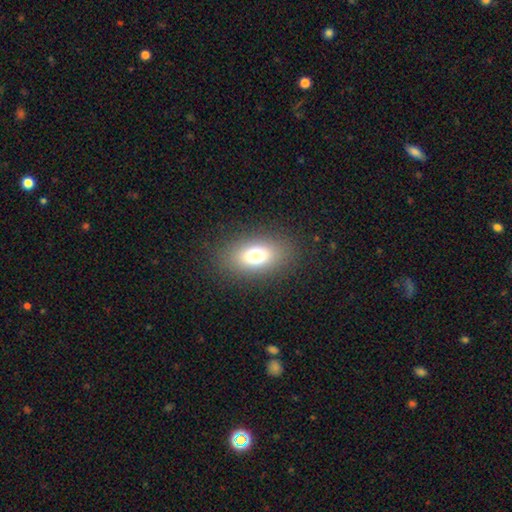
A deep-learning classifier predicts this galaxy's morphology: A smooth galaxy with no disk features (73%) that is in between round and cigar-shaped (83%).

Vote fractions:
- Smooth or featured? smooth: 73% / featured or disk: 14% / star or artifact: 13%
- How rounded? in between: 83% / round: 13% / cigar-shaped: 3%
- Merging? none: 85% / minor disturbance: 9% / major disturbance: 5% / merger: 1%